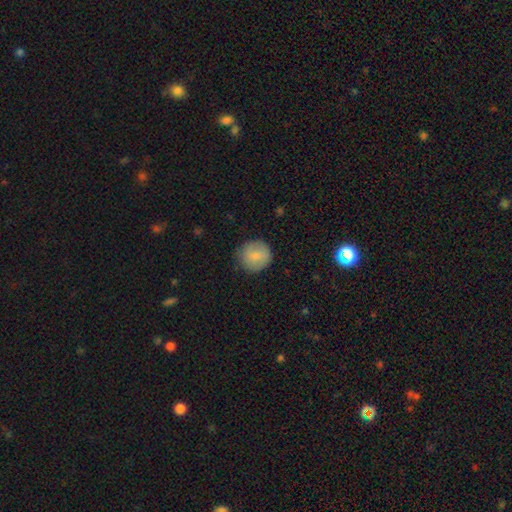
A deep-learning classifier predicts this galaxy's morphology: Smooth or featured? Predicted: smooth (p=0.82). How rounded? Predicted: round (p=0.92). Merging? Predicted: none (p=0.83).